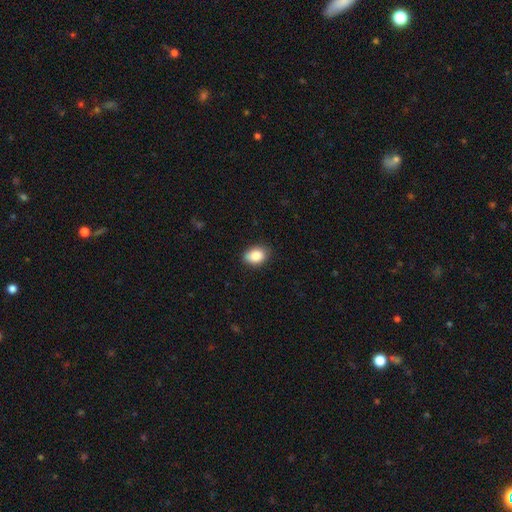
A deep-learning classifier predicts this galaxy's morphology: smooth_or_featured: smooth (p=0.88) [alt: star or artifact p=0.08]
how_rounded: in between (p=0.77) [alt: round p=0.22]
merging: none (p=0.82) [alt: minor disturbance p=0.14]